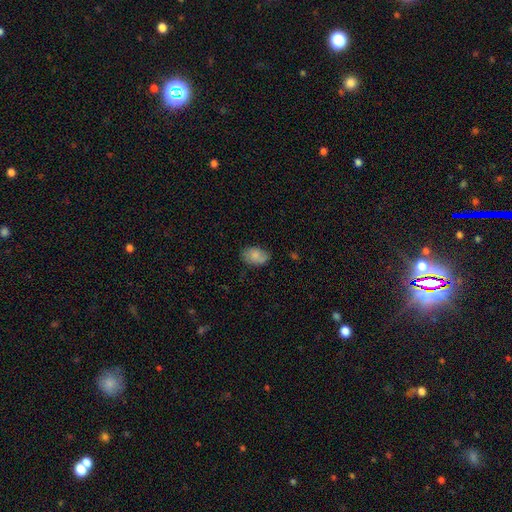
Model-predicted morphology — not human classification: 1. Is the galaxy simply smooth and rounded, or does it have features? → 81% smooth, 11% featured or disk, 7% star or artifact.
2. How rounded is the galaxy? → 87% in between, 12% round, 1% cigar-shaped.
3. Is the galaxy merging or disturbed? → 71% none, 23% minor disturbance, 4% major disturbance, 2% merger.